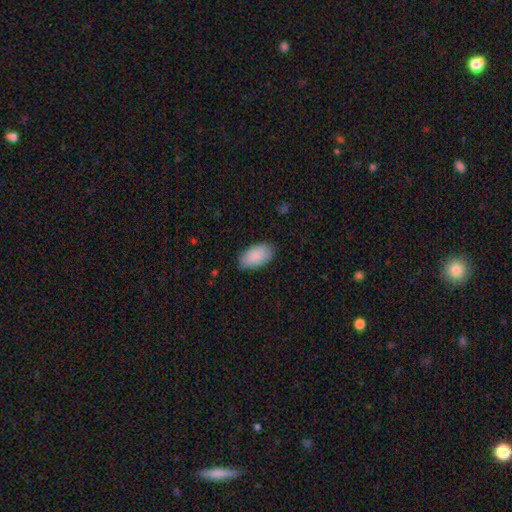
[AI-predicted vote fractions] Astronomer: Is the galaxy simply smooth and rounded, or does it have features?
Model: smooth — 89%.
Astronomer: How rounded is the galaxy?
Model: in between — 95%.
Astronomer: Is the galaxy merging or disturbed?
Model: none — 82%.